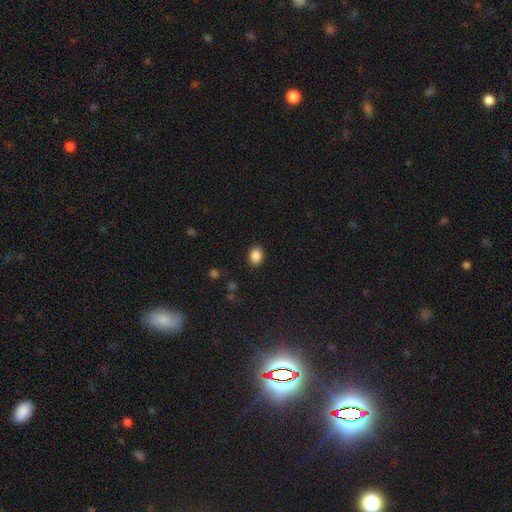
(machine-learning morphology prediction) type=smooth (88%); roundness=in between (51%); merging=none (89%).